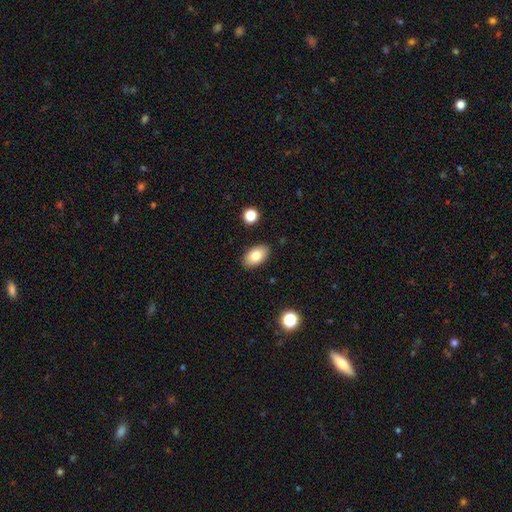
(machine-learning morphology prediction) Overall: smooth (81%). How rounded: in between (92%). Merging: none (88%).